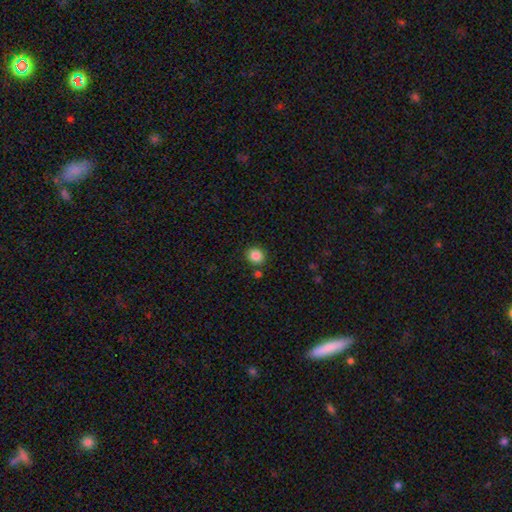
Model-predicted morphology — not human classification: A smooth galaxy with no disk features (86%) that is round (81%). Merging: none (84%).